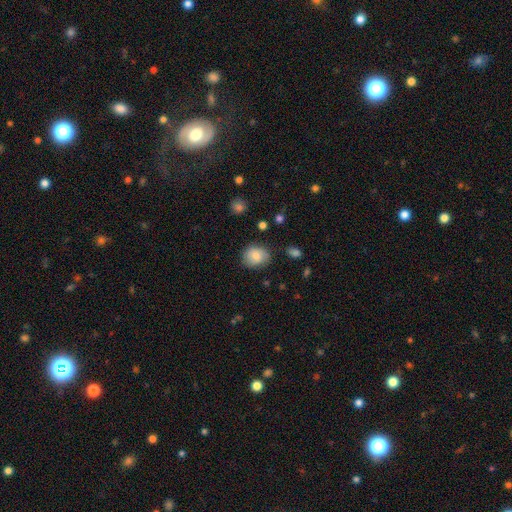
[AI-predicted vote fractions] Morphology: type=smooth (78%); roundness=round (57%); merging=none (71%).